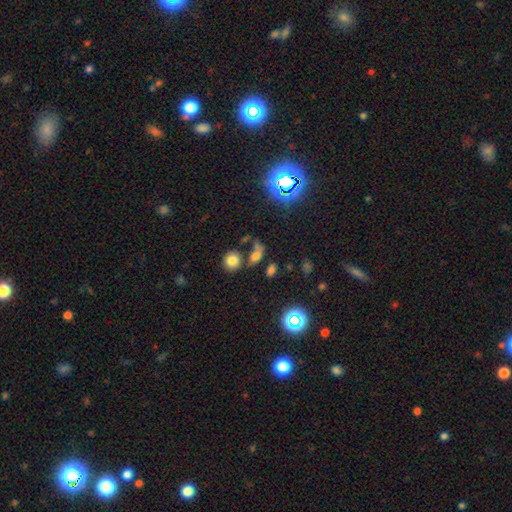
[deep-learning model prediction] Q: Smooth or featured?
A: smooth (63%); runner-up: star or artifact (24%)
Q: How rounded?
A: in between (67%); runner-up: round (27%)
Q: Merging?
A: none (48%); runner-up: merger (26%)